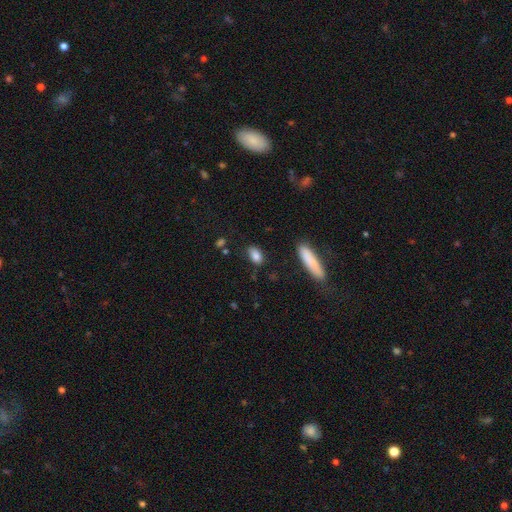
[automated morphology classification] type=smooth (85%); roundness=in between (86%); merging=none (79%).